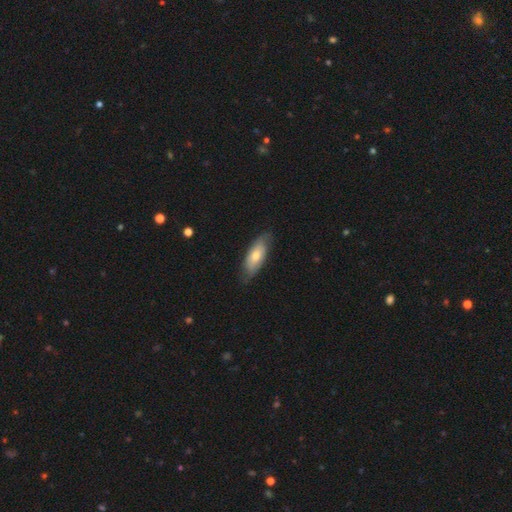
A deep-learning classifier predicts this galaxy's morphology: This is likely a smooth galaxy (62%). How rounded: likely in between (76%). Merging: likely none (73%).